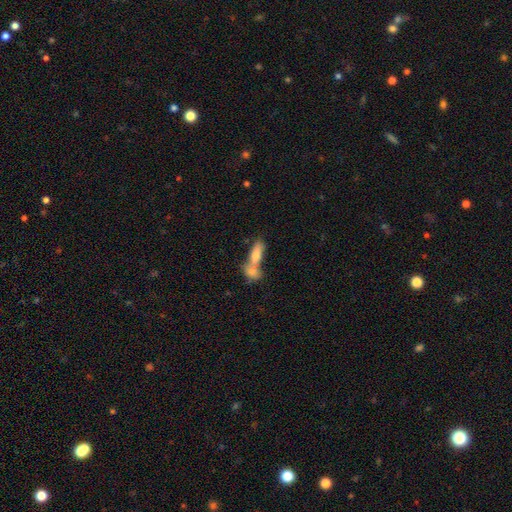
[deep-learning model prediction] Smooth or featured? Predicted: smooth (p=0.68). How rounded? Predicted: in between (p=0.57). Merging? Predicted: merger (p=0.68).